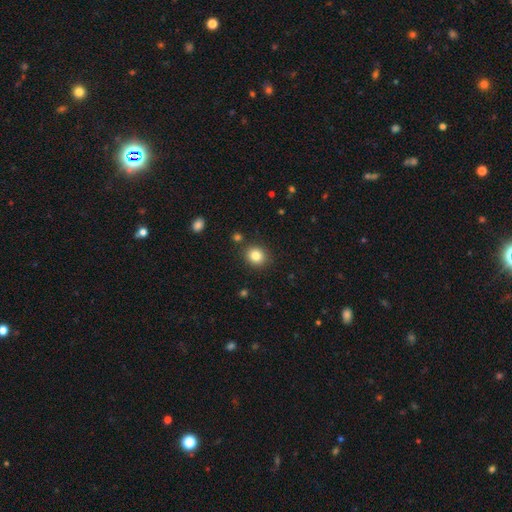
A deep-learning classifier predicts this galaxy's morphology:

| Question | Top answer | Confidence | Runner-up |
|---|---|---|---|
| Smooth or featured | smooth | 83% | star or artifact (11%) |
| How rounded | round | 78% | in between (21%) |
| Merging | none | 87% | minor disturbance (8%) |